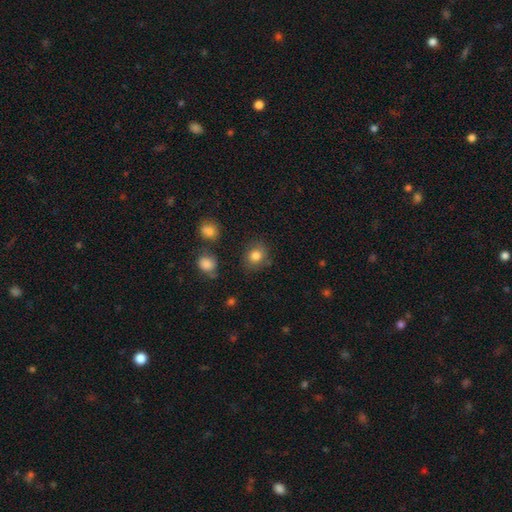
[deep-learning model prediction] Morphology: type=smooth (82%); roundness=round (72%); merging=none (78%).